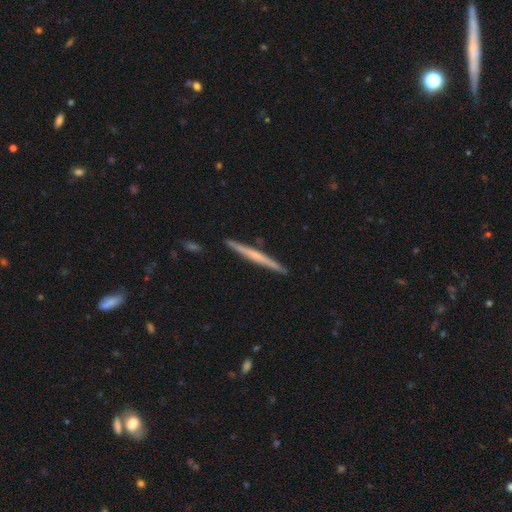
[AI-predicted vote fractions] Morphology: type=featured or disk (59%); edge-on=yes (98%); edge-on bulge=none (62%); merging=none (91%).